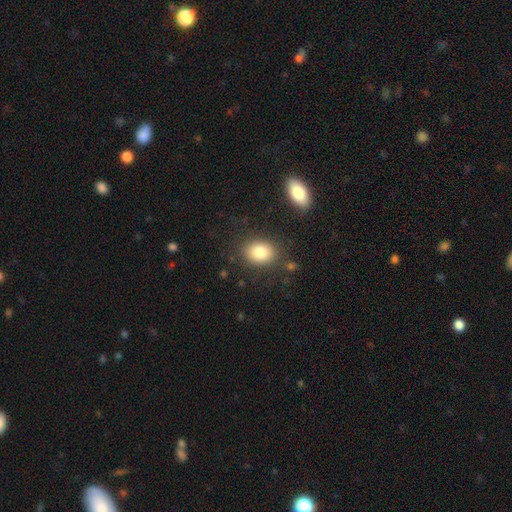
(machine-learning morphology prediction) Overall: smooth (76%). How rounded: in between (59%; round 39%). Merging: none (82%).